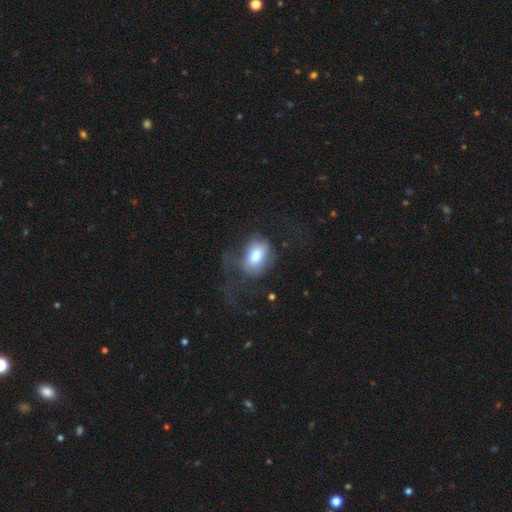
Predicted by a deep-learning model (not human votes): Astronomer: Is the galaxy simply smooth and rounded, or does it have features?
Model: smooth — 71%.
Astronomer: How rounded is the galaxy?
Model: in between — 77%.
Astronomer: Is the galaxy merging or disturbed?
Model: major disturbance — 43% (runner-up: none, 33%).